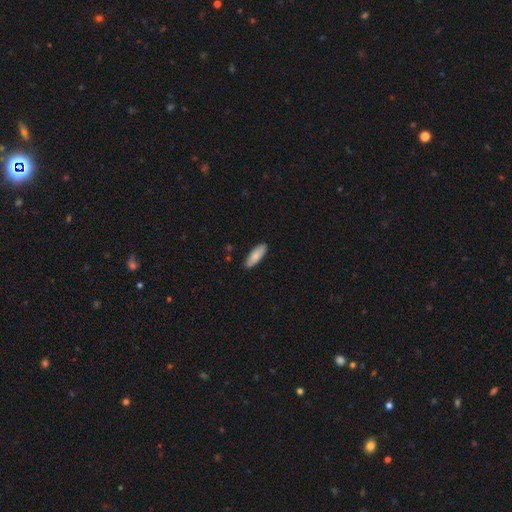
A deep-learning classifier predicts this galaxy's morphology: A smooth galaxy with no disk features (82%) that is in between round and cigar-shaped (58%).

Vote fractions:
- Smooth or featured? smooth: 82% / featured or disk: 12% / star or artifact: 6%
- How rounded? in between: 58% / cigar-shaped: 40% / round: 2%
- Merging? none: 87% / minor disturbance: 10% / major disturbance: 2% / merger: 1%